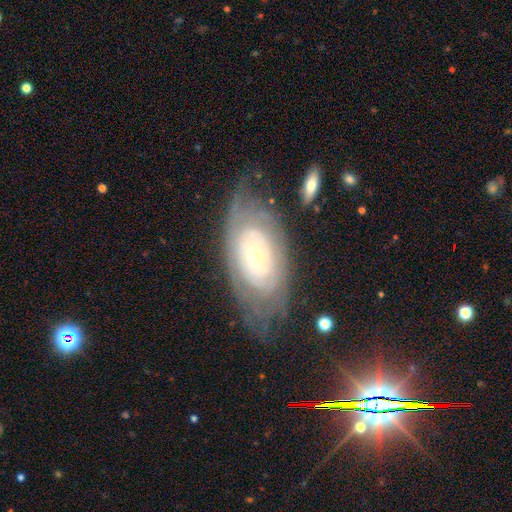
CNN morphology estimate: Smooth or featured?
  - featured or disk: 73% *
  - smooth: 20%
  - star or artifact: 7%
Edge-on disk?
  - no: 93% *
  - yes: 7%
Bar?
  - no: 87% *
  - weak: 10%
  - strong: 3%
Spiral arms?
  - yes: 70% *
  - no: 30%
Bulge size?
  - small: 59% *
  - moderate: 36%
  - large: 3%
  - dominant: 1%
  - none: 1%
Merging?
  - none: 62% *
  - minor disturbance: 21%
  - major disturbance: 14%
  - merger: 3%